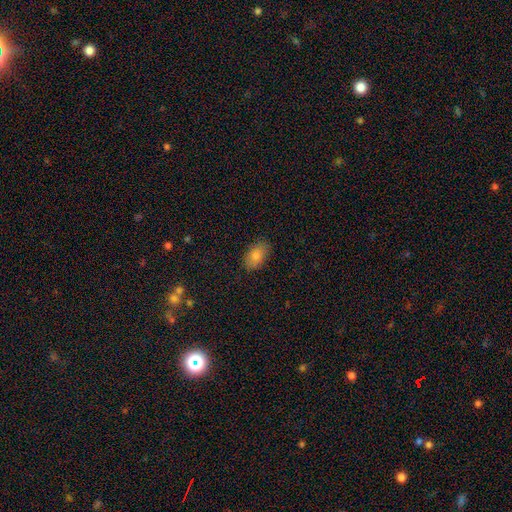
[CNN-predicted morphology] The model was most divided on "smooth or featured": smooth: 80%, featured or disk: 11%, star or artifact: 9%. More confident: how rounded — in between (91%); merging — none (87%).